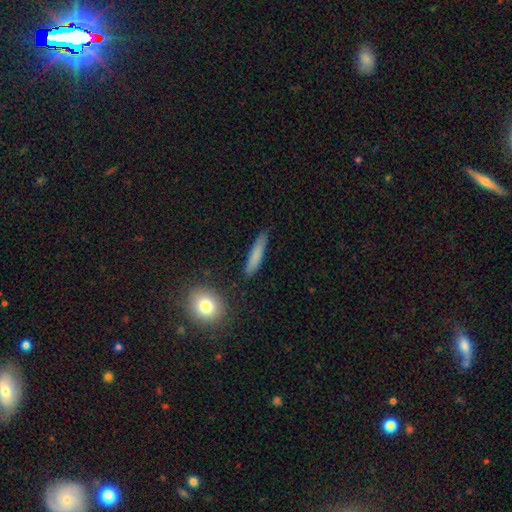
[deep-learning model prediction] smooth_or_featured: smooth (p=0.78) [alt: featured or disk p=0.15]
how_rounded: cigar-shaped (p=0.87) [alt: in between p=0.10]
merging: none (p=0.84) [alt: minor disturbance p=0.12]